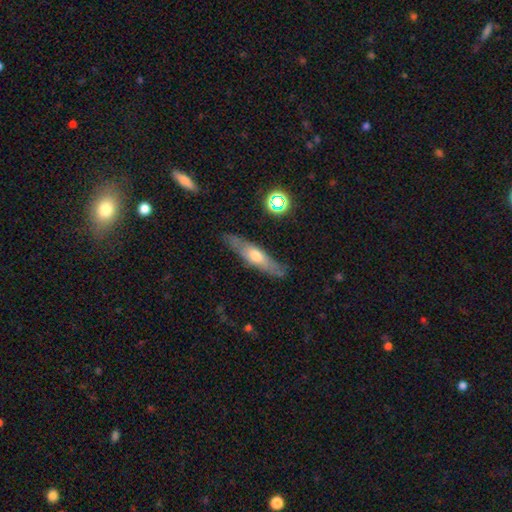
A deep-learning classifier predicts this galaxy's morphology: This is possibly a featured or disk galaxy (50%). Merging: likely none (79%).